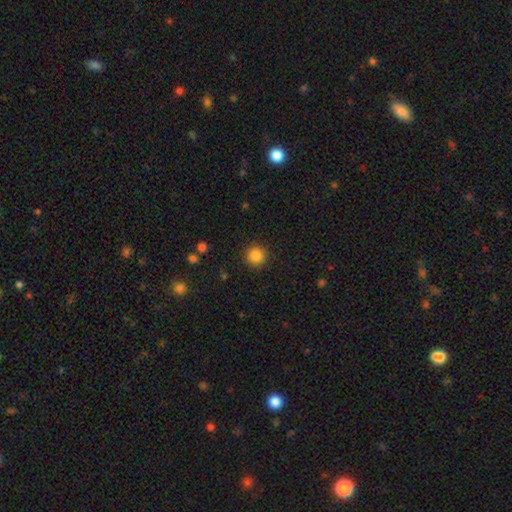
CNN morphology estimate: Overall: smooth (86%). How rounded: round (95%). Merging: none (91%).